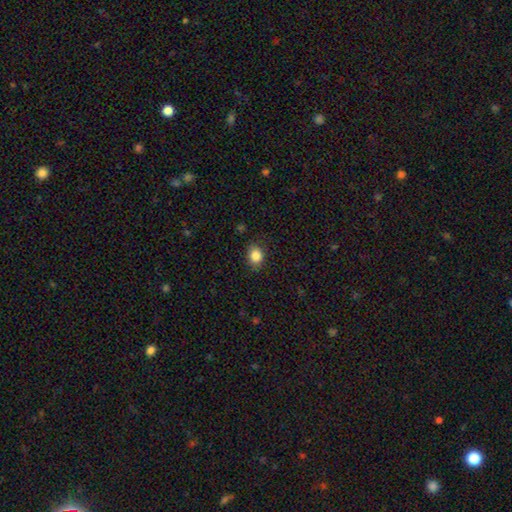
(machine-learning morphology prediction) smooth-or-featured: smooth: 85% | star or artifact: 10% | featured or disk: 5%
  how-rounded: in between: 52% | round: 47% | cigar-shaped: 1%
  merging: none: 84% | minor disturbance: 12% | major disturbance: 3% | merger: 1%